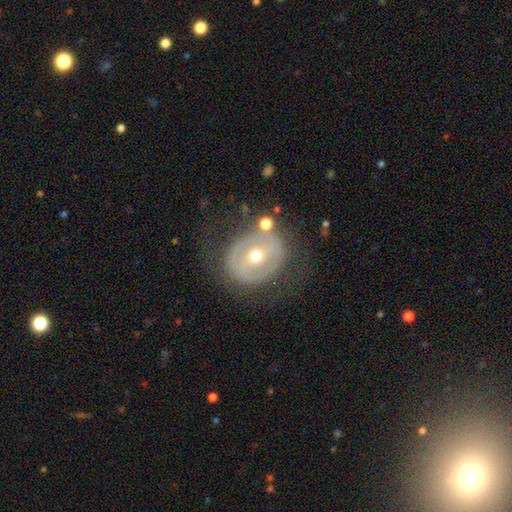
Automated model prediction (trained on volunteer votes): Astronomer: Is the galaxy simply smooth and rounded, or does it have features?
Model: featured or disk — 68%.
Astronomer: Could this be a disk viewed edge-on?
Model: no — 95%.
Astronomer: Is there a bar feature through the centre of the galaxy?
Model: no — 36% (runner-up: weak, 33%).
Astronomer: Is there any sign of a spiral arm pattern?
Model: no — 69%.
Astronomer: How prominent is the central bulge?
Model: moderate — 58% (runner-up: small, 39%).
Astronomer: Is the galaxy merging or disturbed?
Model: none — 67%.